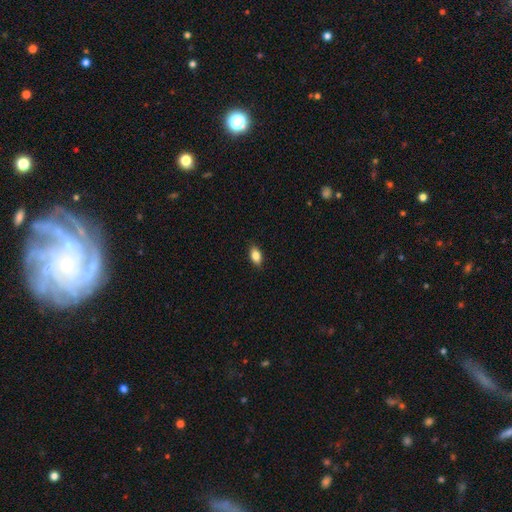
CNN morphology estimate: A smooth galaxy with no disk features (82%) that is in between round and cigar-shaped (87%). Merging: none (87%).